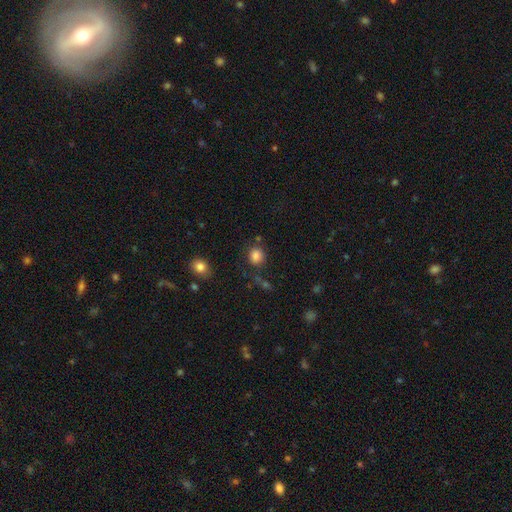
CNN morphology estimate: type=smooth (84%); roundness=round (78%); merging=none (77%).